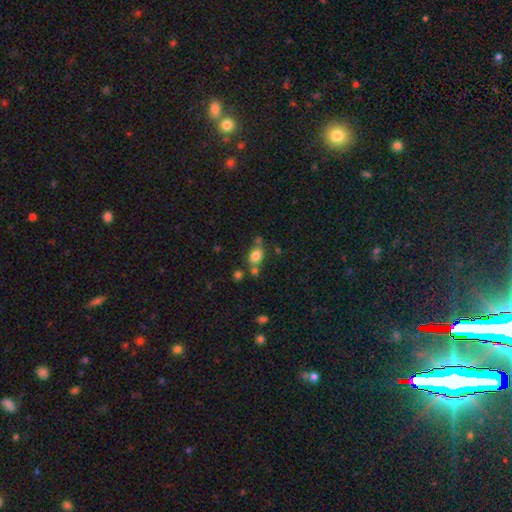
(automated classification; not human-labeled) Overall: smooth (80%). How rounded: in between (66%; round 32%). Merging: none (59%; merger 22%).